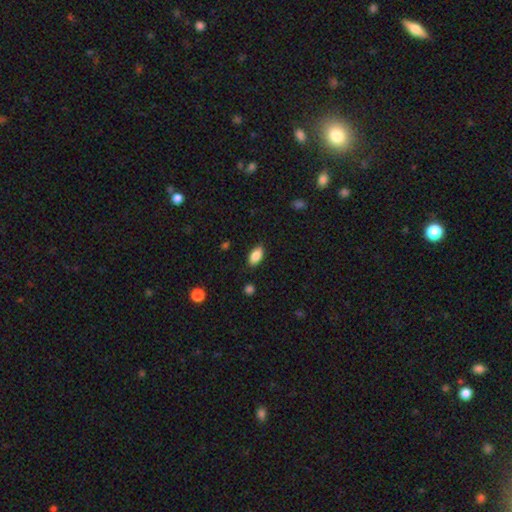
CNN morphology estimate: This appears to be a smooth galaxy with no disk features (84%) that is in between round and cigar-shaped (91%). Merging: none (84%).